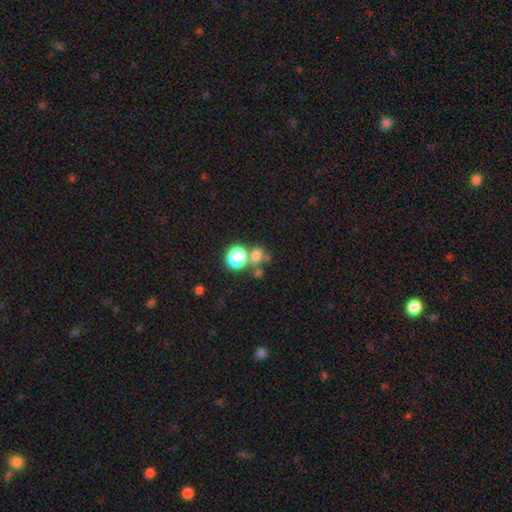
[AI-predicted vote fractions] Morphology: type=smooth (67%); roundness=round (72%); merging=none (53%).